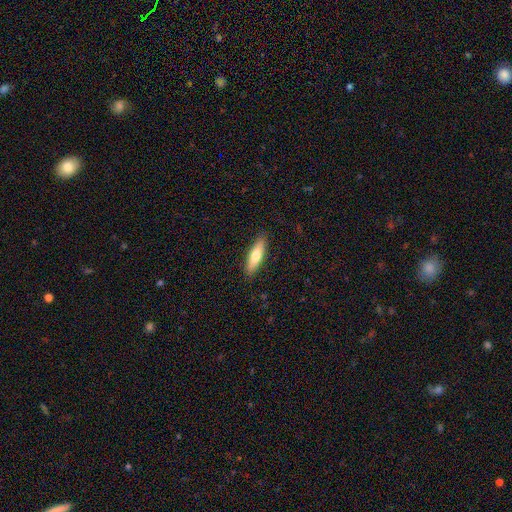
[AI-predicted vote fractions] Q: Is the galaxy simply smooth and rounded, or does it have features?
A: smooth — 67%.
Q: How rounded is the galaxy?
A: cigar-shaped — 64%.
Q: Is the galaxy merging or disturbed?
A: none — 89%.